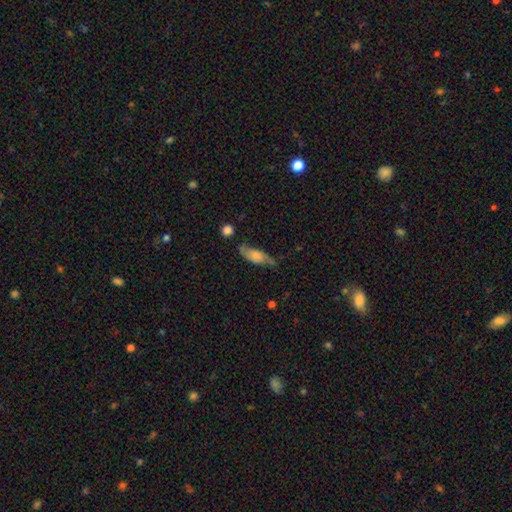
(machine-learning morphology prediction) Smooth or featured: smooth — 53% (featured or disk — 40%)
How rounded: in between — 72% (cigar-shaped — 24%)
Merging: none — 56% (minor disturbance — 30%)